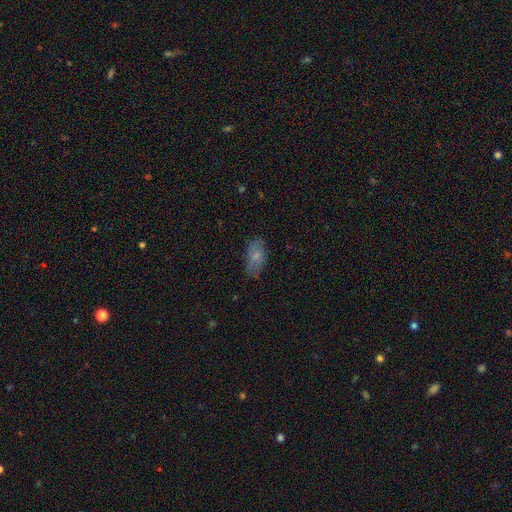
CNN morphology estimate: Smooth or featured? smooth (74%)
How rounded? in between (91%)
Merging? none (68%)